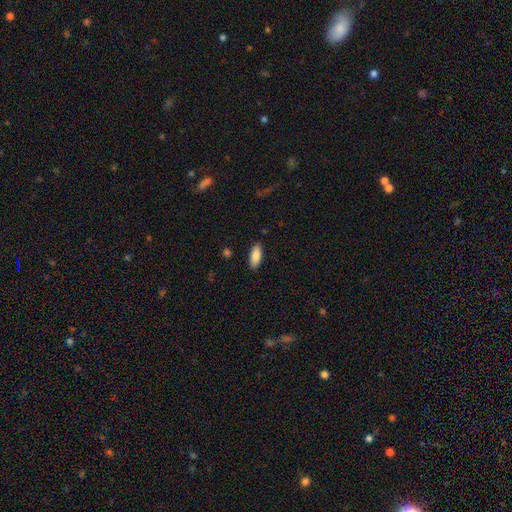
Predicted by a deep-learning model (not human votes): Q: Smooth or featured?
A: smooth (88%); runner-up: featured or disk (6%)
Q: How rounded?
A: in between (81%); runner-up: cigar-shaped (17%)
Q: Merging?
A: none (88%); runner-up: minor disturbance (9%)